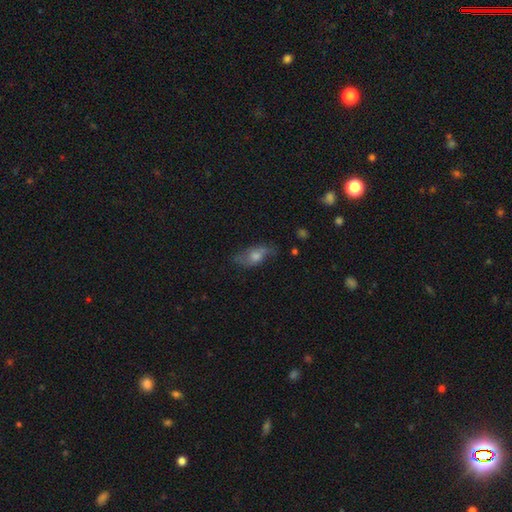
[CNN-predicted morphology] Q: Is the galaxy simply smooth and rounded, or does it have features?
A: featured or disk — 46%.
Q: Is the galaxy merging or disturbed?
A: none — 68%.